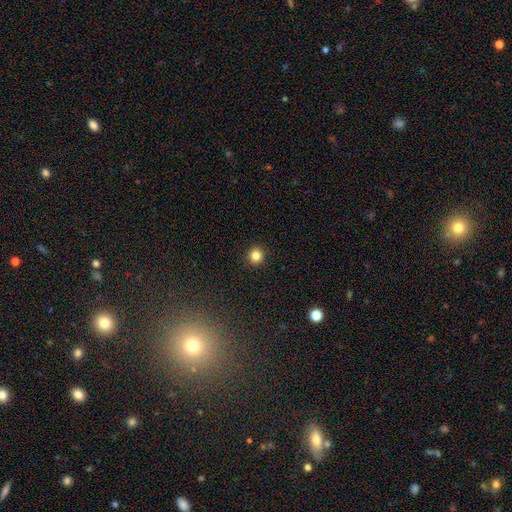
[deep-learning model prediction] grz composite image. It shows a smooth galaxy with no disk features (83%) that is round (94%). Merging: none (93%).